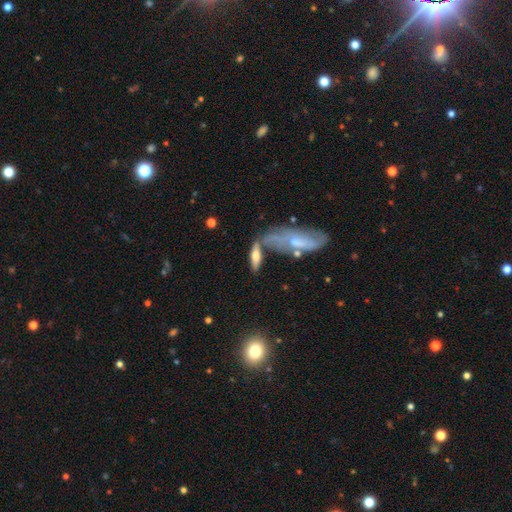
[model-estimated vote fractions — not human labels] This is possibly a smooth galaxy (54%). How rounded: possibly cigar-shaped (50%). Merging: possibly none (50%).